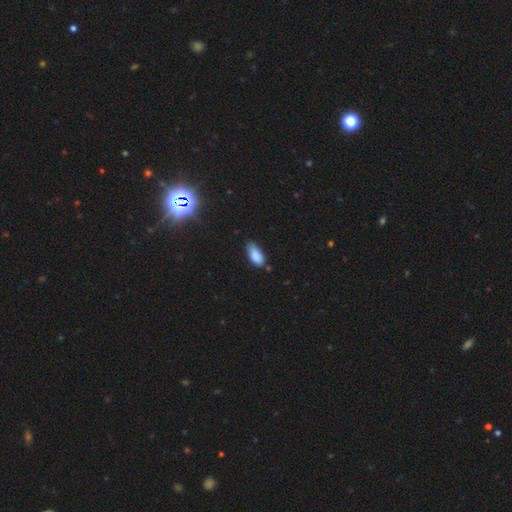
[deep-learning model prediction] A smooth galaxy with no disk features (86%) that is in between round and cigar-shaped (89%). Merging: none (60%).